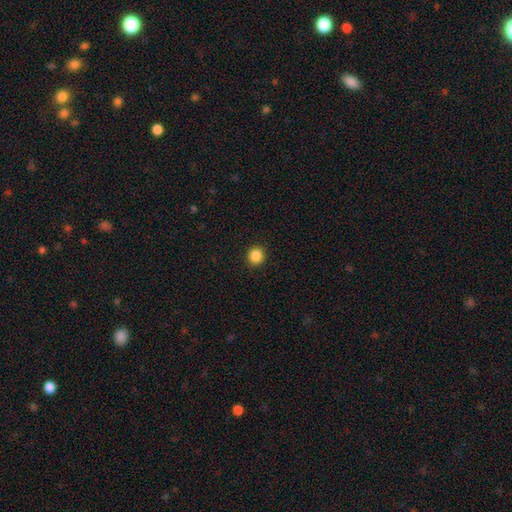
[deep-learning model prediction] Smooth or featured? Predicted: smooth (p=0.87). How rounded? Predicted: round (p=0.92). Merging? Predicted: none (p=0.92).